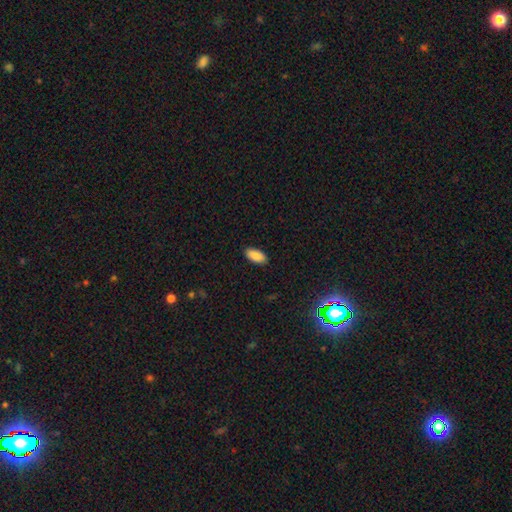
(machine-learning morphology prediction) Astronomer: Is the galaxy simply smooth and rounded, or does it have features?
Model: smooth — 89%.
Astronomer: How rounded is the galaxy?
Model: in between — 93%.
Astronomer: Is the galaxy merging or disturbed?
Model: none — 89%.